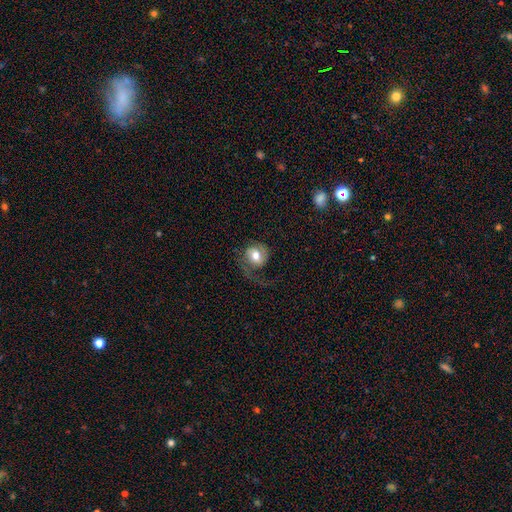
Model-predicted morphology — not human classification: smooth_or_featured: featured or disk (p=0.48) [alt: smooth p=0.45]
merging: major disturbance (p=0.41) [alt: none p=0.40]